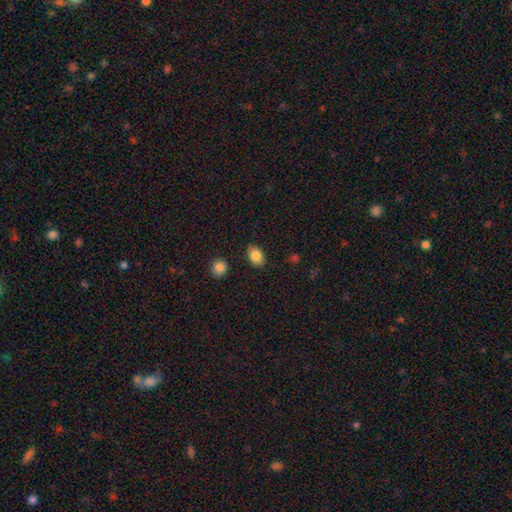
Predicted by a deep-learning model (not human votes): The model was most divided on "how rounded": in between: 79%, round: 20%, cigar-shaped: 1%. More confident: merging — none (86%); smooth or featured — smooth (85%).